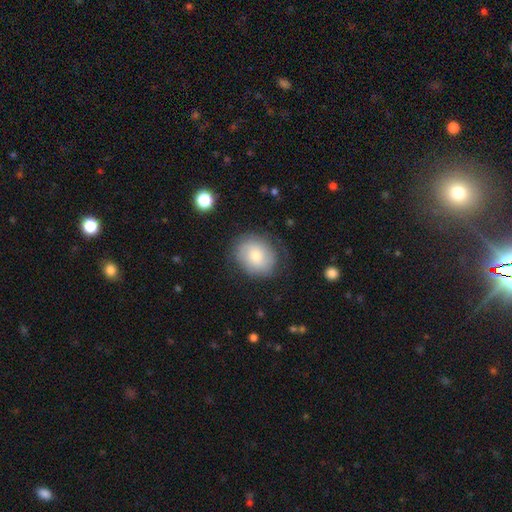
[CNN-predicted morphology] Smooth or featured: smooth — 63% (featured or disk — 29%)
How rounded: round — 68% (in between — 31%)
Merging: none — 74% (minor disturbance — 17%)